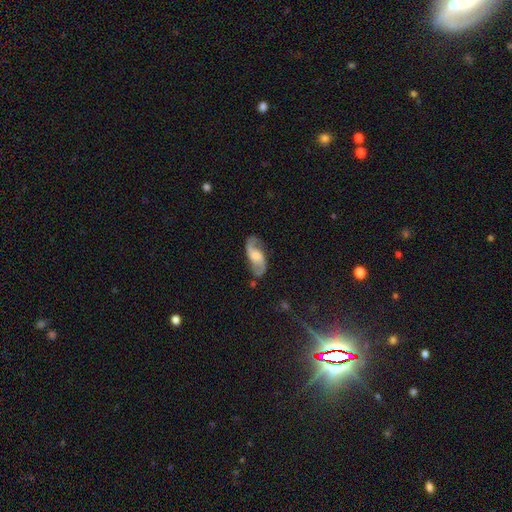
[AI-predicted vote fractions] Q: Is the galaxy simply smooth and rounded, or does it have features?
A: featured or disk — 78%.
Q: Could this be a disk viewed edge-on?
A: no — 95%.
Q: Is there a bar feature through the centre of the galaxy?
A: no — 44%.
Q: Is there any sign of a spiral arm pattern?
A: yes — 95%.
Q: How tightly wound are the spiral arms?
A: loose — 60%.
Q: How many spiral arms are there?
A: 2 — 92%.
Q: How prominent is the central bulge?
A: moderate — 34%.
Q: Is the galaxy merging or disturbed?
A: none — 75%.